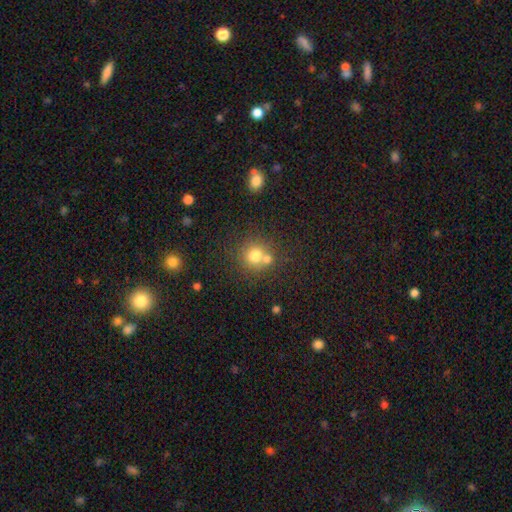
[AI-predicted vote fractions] Smooth or featured? Predicted: smooth (p=0.74). How rounded? Predicted: round (p=0.87). Merging? Predicted: none (p=0.51).